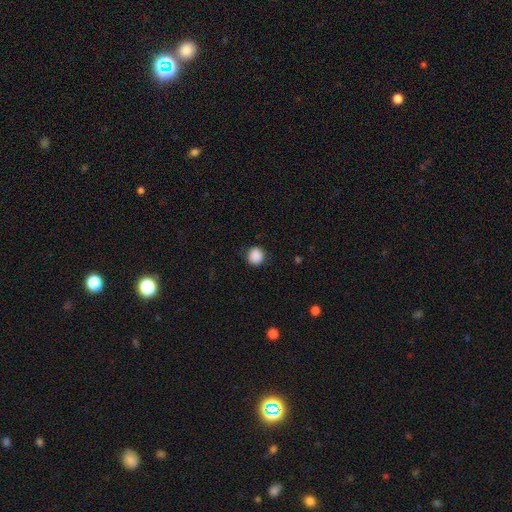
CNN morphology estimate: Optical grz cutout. It shows a smooth galaxy with no disk features (89%) that is round (89%). Merging: none (87%).